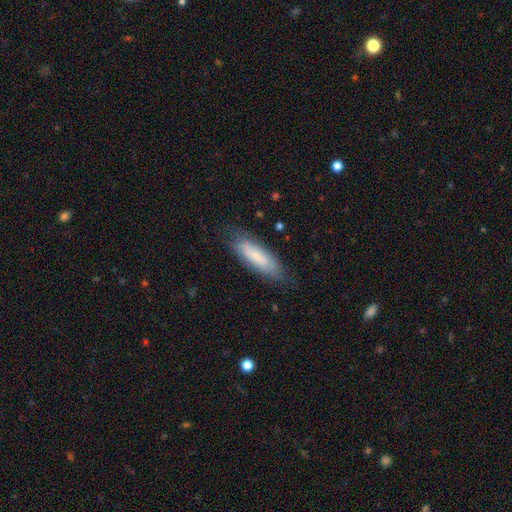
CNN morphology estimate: type=smooth (70%); roundness=cigar-shaped (50%); merging=none (77%).